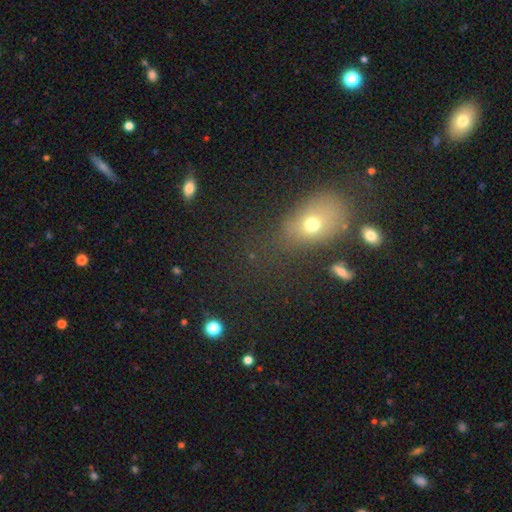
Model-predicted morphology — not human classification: This is possibly a smooth galaxy (58%). How rounded: likely in between (65%). Merging: likely none (62%).